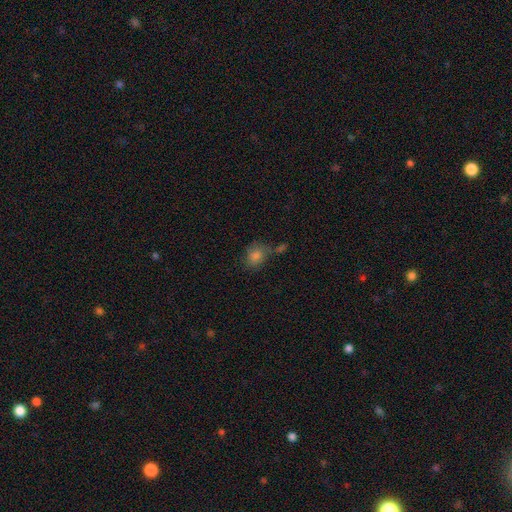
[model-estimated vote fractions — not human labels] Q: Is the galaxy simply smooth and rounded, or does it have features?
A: smooth — 76%.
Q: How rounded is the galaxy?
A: round — 58%.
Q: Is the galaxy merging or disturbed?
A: none — 57%.